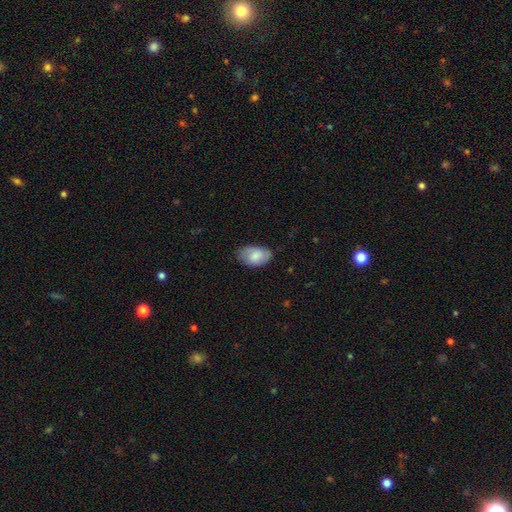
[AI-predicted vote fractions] smooth 77%, featured or disk 17%, star or artifact 6%. Down the decision tree: how rounded — in between (93%); merging — none (70%).